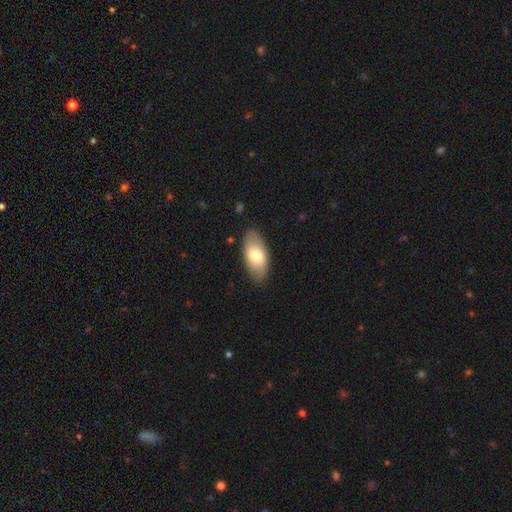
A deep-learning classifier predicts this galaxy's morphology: smooth 74%, featured or disk 20%, star or artifact 5%. Down the decision tree: how rounded — in between (92%); merging — none (86%).